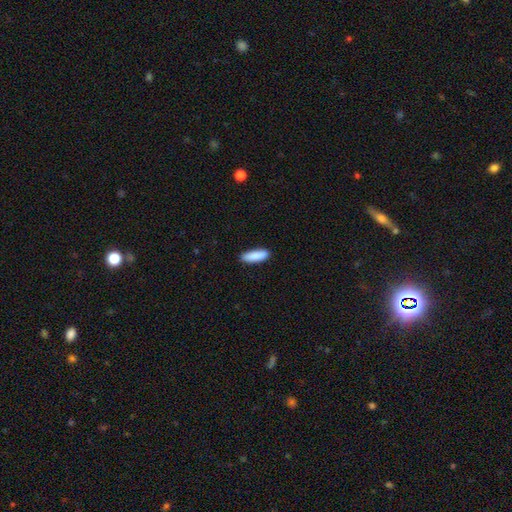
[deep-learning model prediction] Smooth or featured? Predicted: smooth (p=0.90). How rounded? Predicted: cigar-shaped (p=0.50). Merging? Predicted: none (p=0.89).